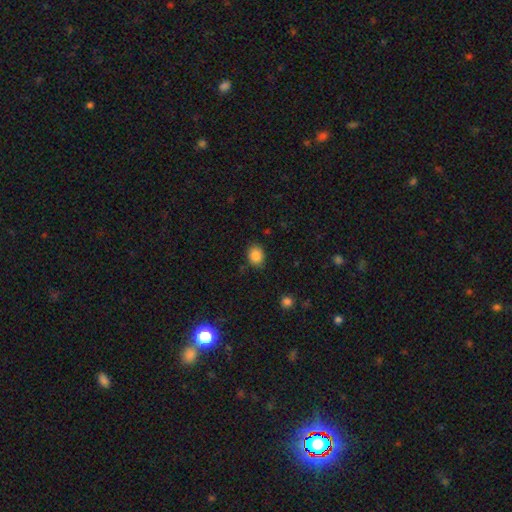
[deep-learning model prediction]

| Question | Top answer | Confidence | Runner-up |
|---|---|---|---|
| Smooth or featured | smooth | 86% | star or artifact (10%) |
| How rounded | round | 53% | in between (46%) |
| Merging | none | 83% | minor disturbance (13%) |